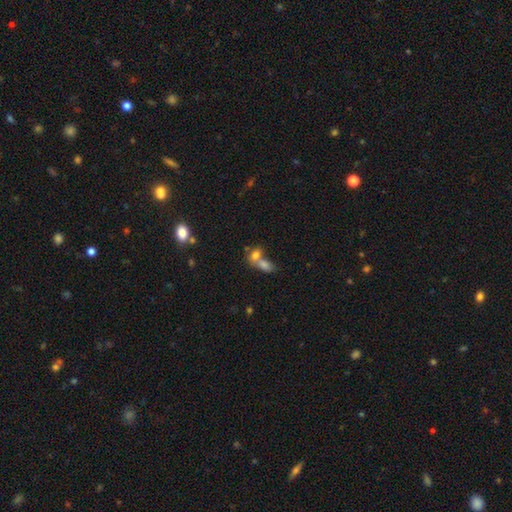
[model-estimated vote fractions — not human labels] Smooth or featured: smooth — 75% (featured or disk — 14%)
How rounded: in between — 69% (round — 27%)
Merging: merger — 66% (none — 23%)